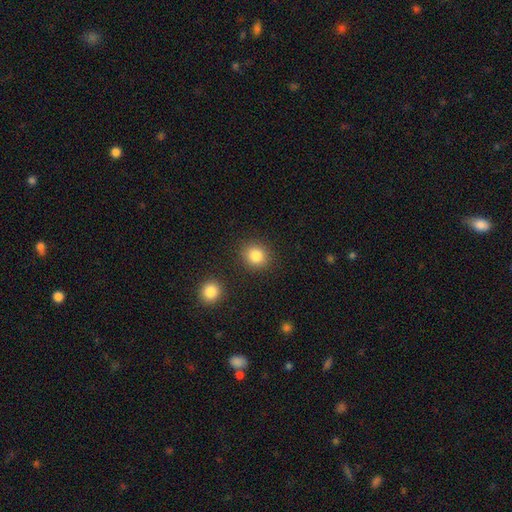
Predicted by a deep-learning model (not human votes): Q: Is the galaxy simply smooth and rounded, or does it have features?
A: smooth — 85%.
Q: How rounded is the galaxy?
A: round — 83%.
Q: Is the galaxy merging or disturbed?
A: none — 86%.